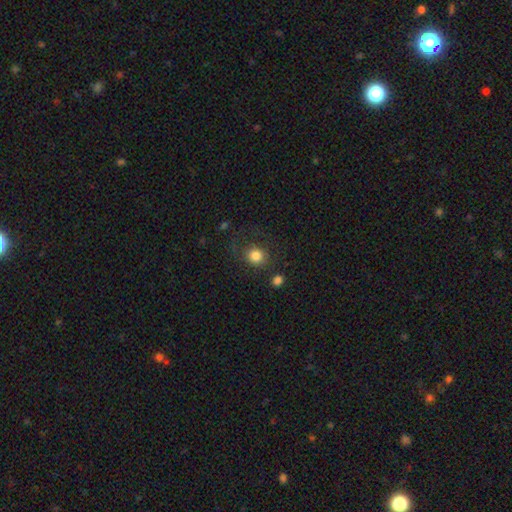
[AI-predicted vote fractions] Overall: smooth (82%). How rounded: round (75%). Merging: none (67%).